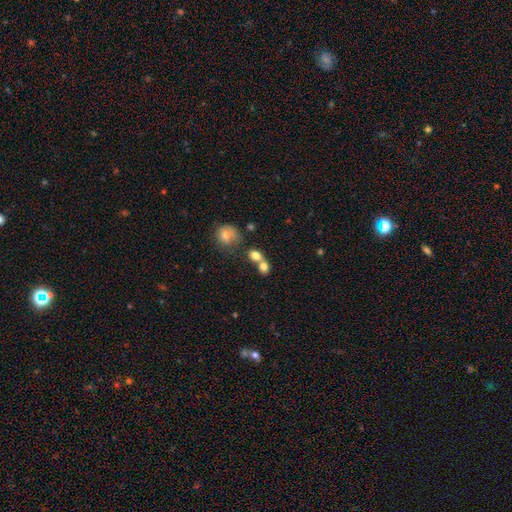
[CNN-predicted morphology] This is likely a smooth galaxy (76%). How rounded: possibly round (53%). Merging: likely merger (62%).